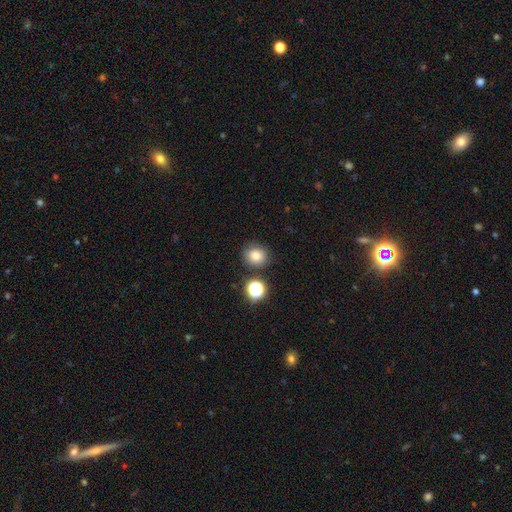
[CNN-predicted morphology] Q: Smooth or featured?
A: smooth (79%); runner-up: star or artifact (14%)
Q: How rounded?
A: round (78%); runner-up: in between (21%)
Q: Merging?
A: none (79%); runner-up: minor disturbance (12%)